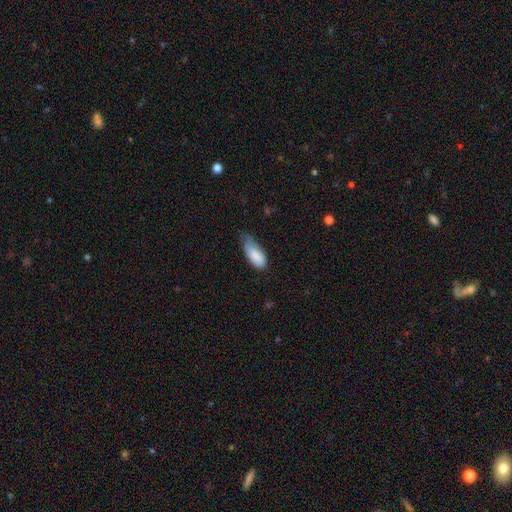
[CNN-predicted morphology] smooth 86%, featured or disk 8%, star or artifact 6%. Down the decision tree: how rounded — in between (86%); merging — minor disturbance (50%).